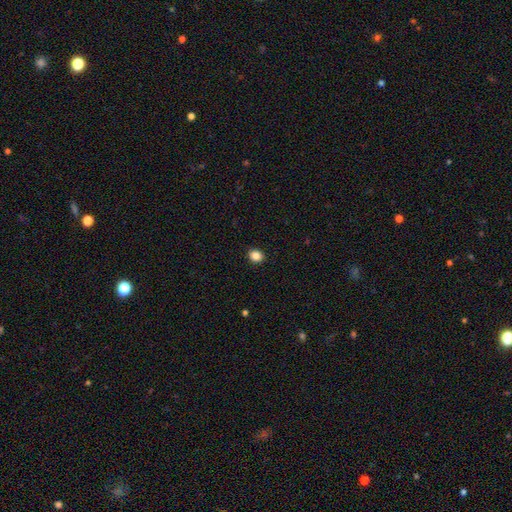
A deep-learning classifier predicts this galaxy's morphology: smooth_or_featured: smooth (p=0.86) [alt: star or artifact p=0.10]
how_rounded: round (p=0.65) [alt: in between p=0.34]
merging: none (p=0.92) [alt: minor disturbance p=0.06]